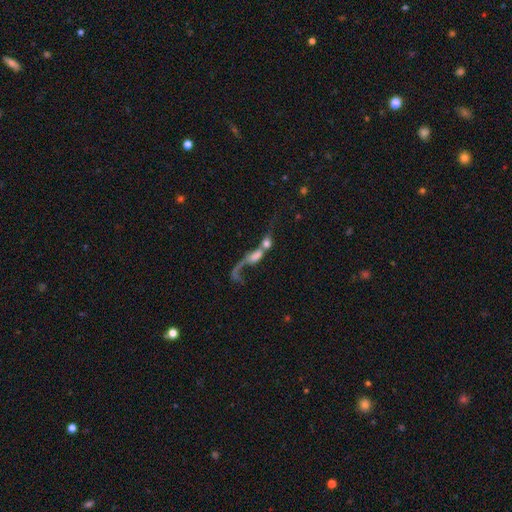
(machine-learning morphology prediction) Smooth or featured: featured or disk — 55% (smooth — 33%)
Edge-on disk: no — 86% (yes — 14%)
Merging: merger — 66% (major disturbance — 17%)